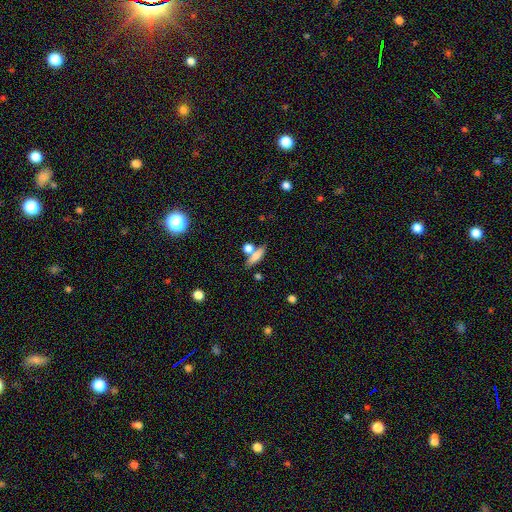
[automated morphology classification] This is likely a smooth galaxy (73%). How rounded: possibly cigar-shaped (50%). Merging: possibly none (57%).